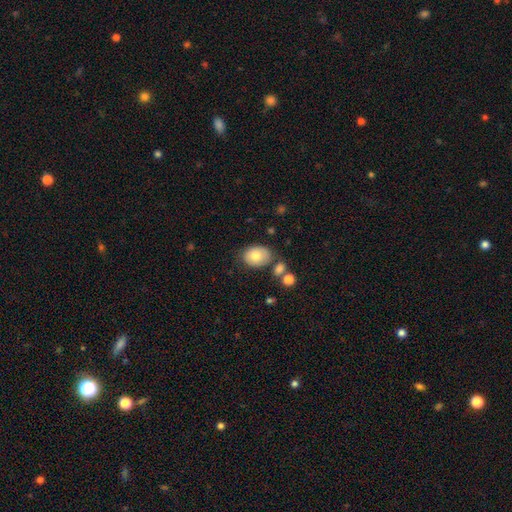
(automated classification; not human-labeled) Smooth or featured? smooth (77%)
How rounded? in between (68%)
Merging? none (68%)